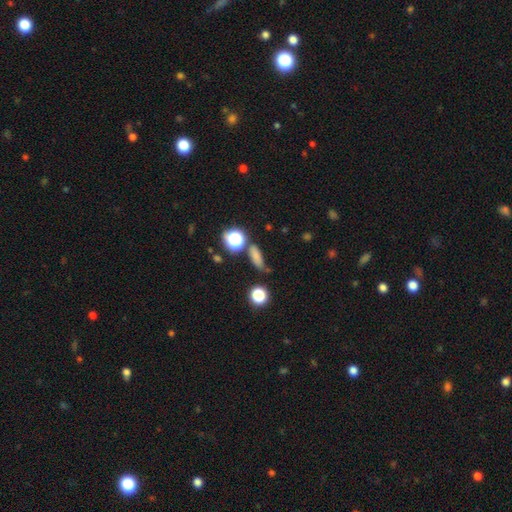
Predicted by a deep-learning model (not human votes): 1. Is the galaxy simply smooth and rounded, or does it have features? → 73% smooth, 19% star or artifact, 8% featured or disk.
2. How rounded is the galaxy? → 49% in between, 33% cigar-shaped, 18% round.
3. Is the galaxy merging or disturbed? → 69% none, 17% minor disturbance, 8% merger, 6% major disturbance.